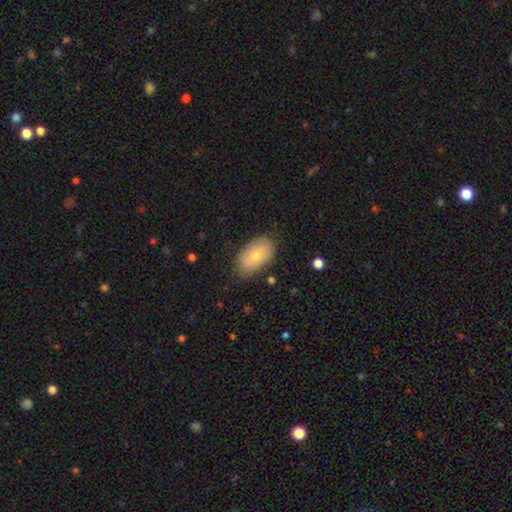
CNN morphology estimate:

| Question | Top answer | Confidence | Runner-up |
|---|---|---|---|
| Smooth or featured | smooth | 74% | featured or disk (19%) |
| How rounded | in between | 92% | round (6%) |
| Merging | none | 79% | minor disturbance (16%) |